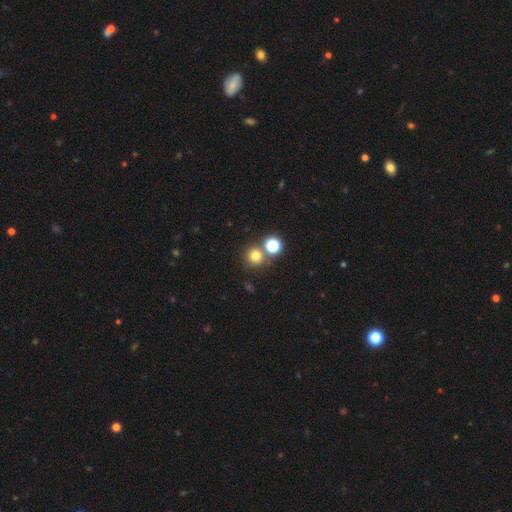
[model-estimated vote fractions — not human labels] smooth 74%, star or artifact 18%, featured or disk 7%. Down the decision tree: how rounded — round (92%); merging — none (69%).